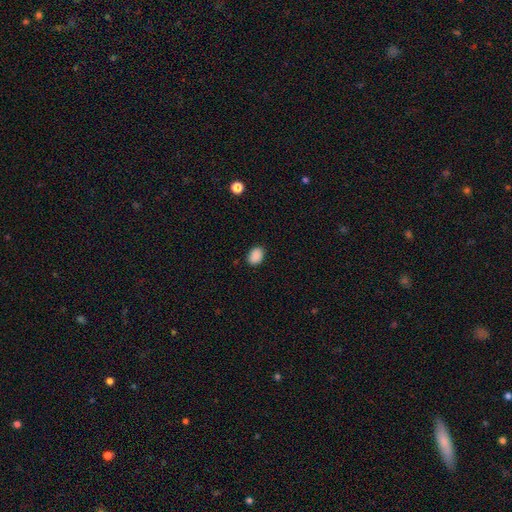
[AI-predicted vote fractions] This is clearly a smooth galaxy (88%). How rounded: likely in between (71%). Merging: clearly none (86%).